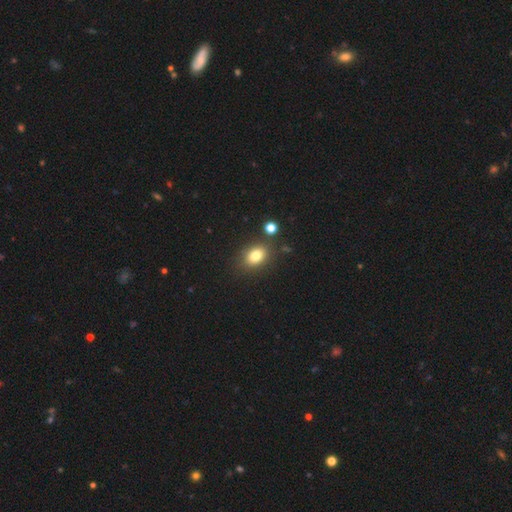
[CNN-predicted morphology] This appears to be a smooth galaxy with no disk features (80%) that is in between round and cigar-shaped (71%). Merging: none (79%).